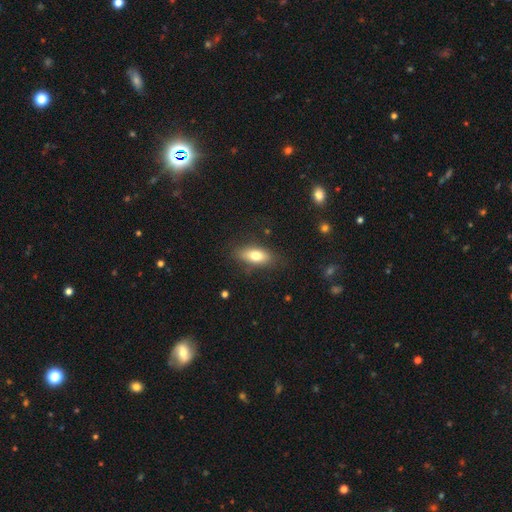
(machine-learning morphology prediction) Overall: smooth (74%). How rounded: in between (78%). Merging: none (80%).